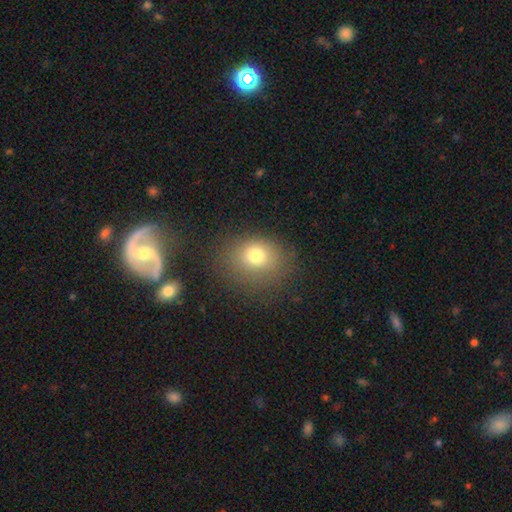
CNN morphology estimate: smooth-or-featured: smooth: 74% | star or artifact: 15% | featured or disk: 11%
  how-rounded: round: 56% | in between: 43% | cigar-shaped: 1%
  merging: none: 78% | minor disturbance: 13% | major disturbance: 7% | merger: 2%